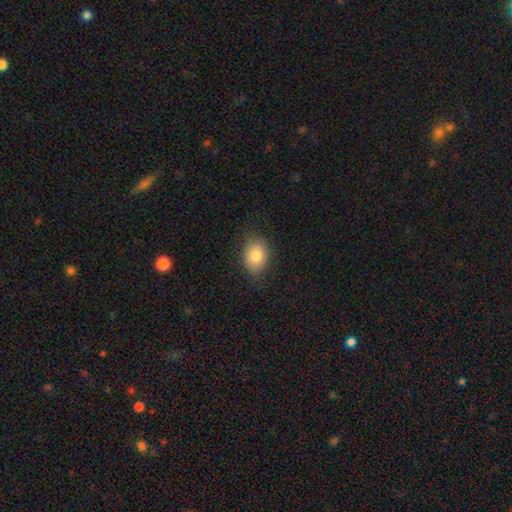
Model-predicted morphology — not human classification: A smooth galaxy with no disk features (85%) that is in between round and cigar-shaped (68%). Merging: none (81%).